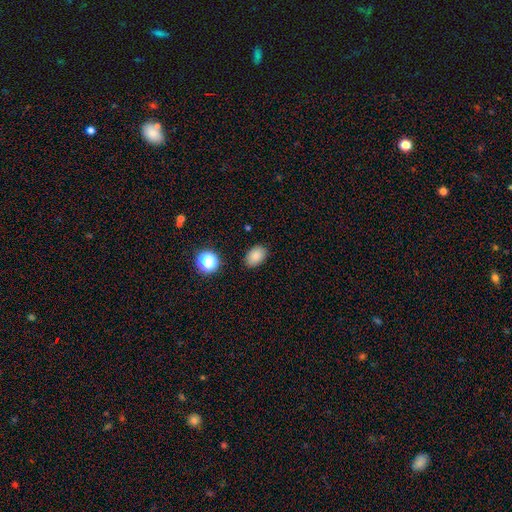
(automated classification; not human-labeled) The model was most divided on "how rounded": in between: 83%, round: 16%, cigar-shaped: 1%. More confident: smooth or featured — smooth (84%); merging — none (84%).